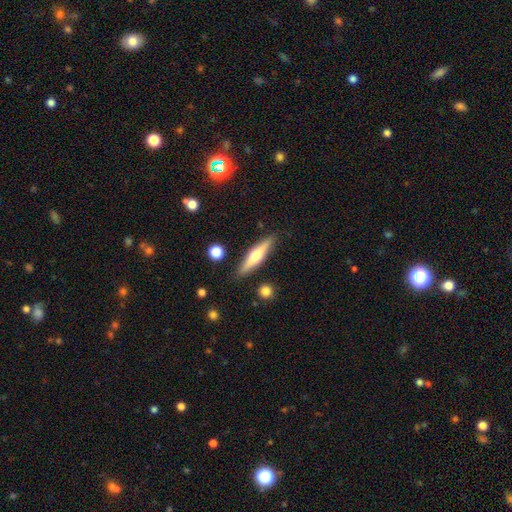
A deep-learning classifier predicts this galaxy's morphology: Smooth or featured? featured or disk (52%)
Edge-on disk? yes (95%)
Merging? none (87%)